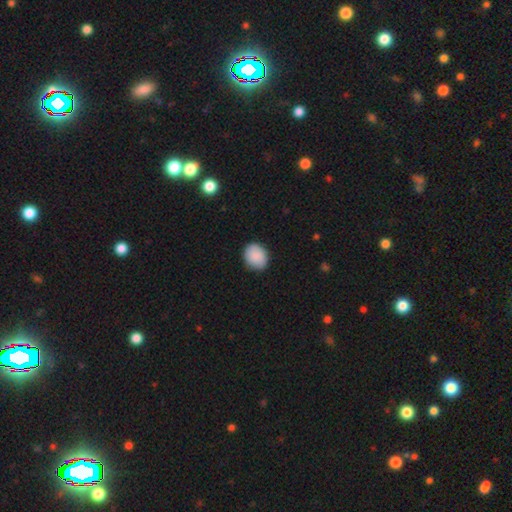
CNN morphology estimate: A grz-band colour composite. It shows a smooth galaxy with no disk features (89%) that is round (61%). Merging: none (86%).